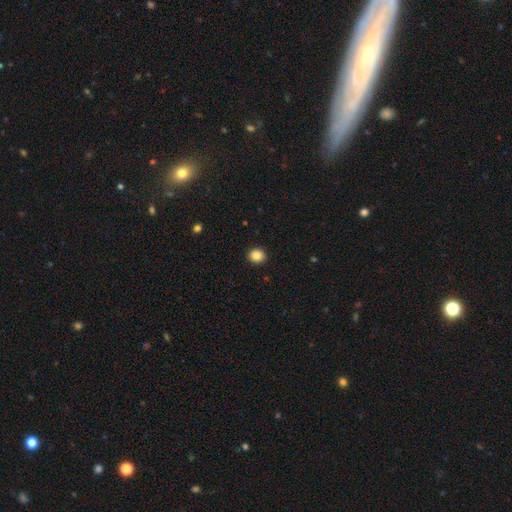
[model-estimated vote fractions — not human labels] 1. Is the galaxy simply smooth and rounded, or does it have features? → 85% smooth, 10% star or artifact, 5% featured or disk.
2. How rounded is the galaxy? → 73% round, 26% in between, 1% cigar-shaped.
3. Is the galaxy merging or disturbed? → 92% none, 6% minor disturbance, 2% major disturbance, 1% merger.